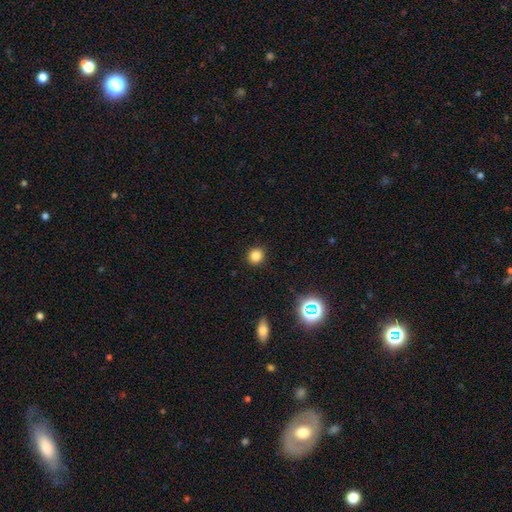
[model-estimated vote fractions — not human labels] Q: Smooth or featured?
A: smooth (82%); runner-up: star or artifact (14%)
Q: How rounded?
A: round (86%); runner-up: in between (13%)
Q: Merging?
A: none (91%); runner-up: minor disturbance (6%)